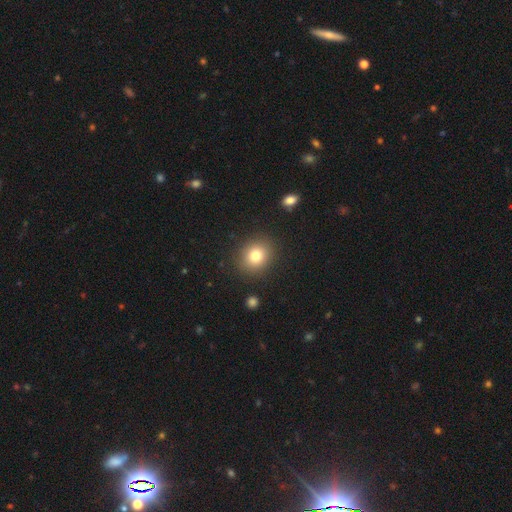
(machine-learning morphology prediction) smooth 80%, star or artifact 11%, featured or disk 9%. Down the decision tree: how rounded — round (69%); merging — none (88%).